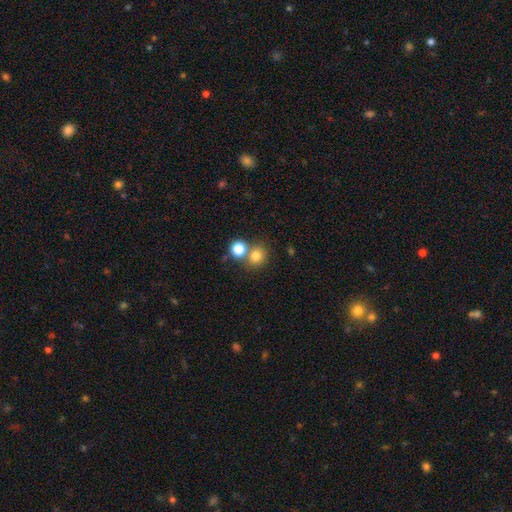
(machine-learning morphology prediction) Smooth or featured? Predicted: smooth (p=0.78). How rounded? Predicted: round (p=0.82). Merging? Predicted: none (p=0.58).